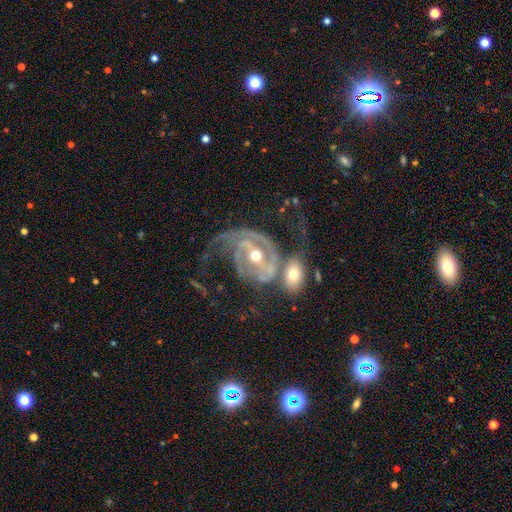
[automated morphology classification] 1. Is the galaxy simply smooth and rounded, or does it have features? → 59% star or artifact, 26% smooth, 15% featured or disk.